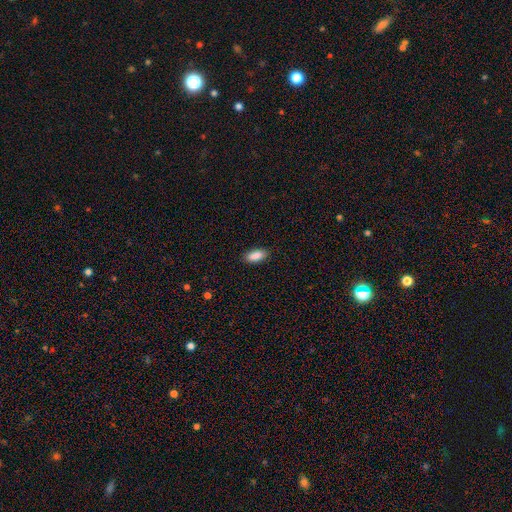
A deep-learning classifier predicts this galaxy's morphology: Smooth or featured? smooth (90%)
How rounded? in between (88%)
Merging? none (88%)